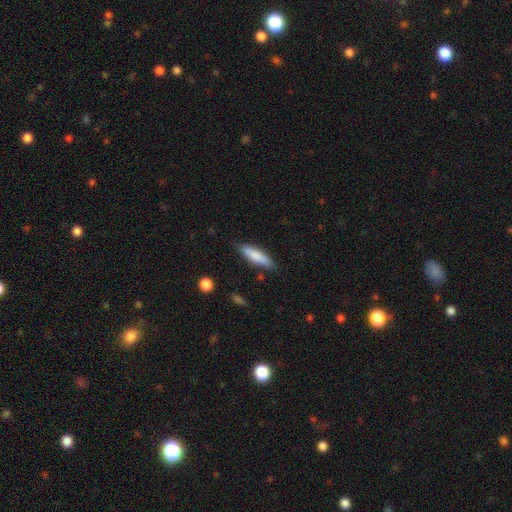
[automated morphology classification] Smooth or featured? smooth (78%)
How rounded? cigar-shaped (66%)
Merging? none (82%)